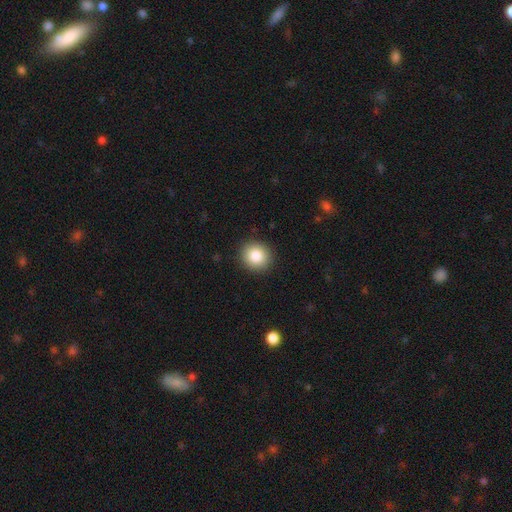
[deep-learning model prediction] This appears to be a smooth galaxy with no disk features (86%) that is round (88%). Merging: none (91%).